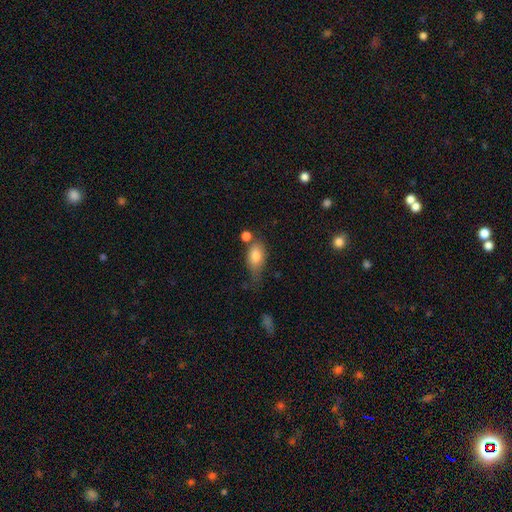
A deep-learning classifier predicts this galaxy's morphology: Smooth or featured: smooth — 78% (featured or disk — 14%)
How rounded: in between — 85% (round — 9%)
Merging: none — 43% (minor disturbance — 29%)